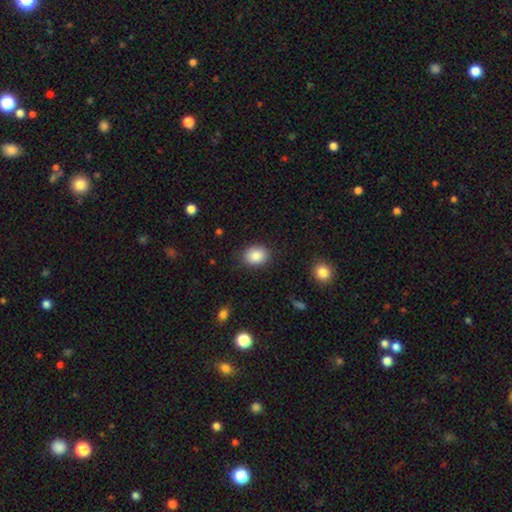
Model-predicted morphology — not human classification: smooth_or_featured: smooth (p=0.87) [alt: star or artifact p=0.08]
how_rounded: in between (p=0.55) [alt: round p=0.44]
merging: none (p=0.86) [alt: minor disturbance p=0.10]